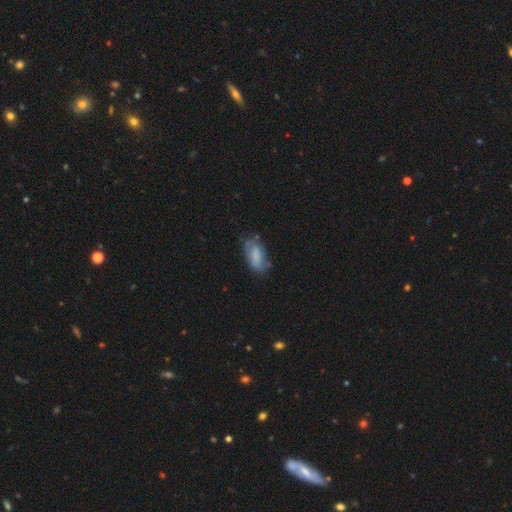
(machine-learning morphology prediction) type=smooth (75%); roundness=in between (88%); merging=none (54%).